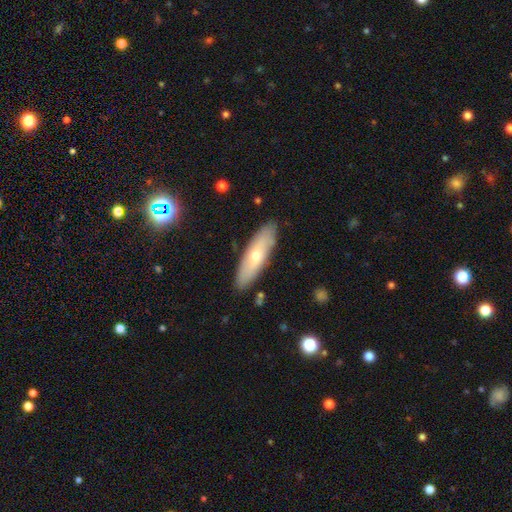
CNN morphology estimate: The model was most divided on "smooth or featured": smooth: 55%, featured or disk: 39%, star or artifact: 7%. More confident: merging — none (88%); how rounded — cigar-shaped (61%).